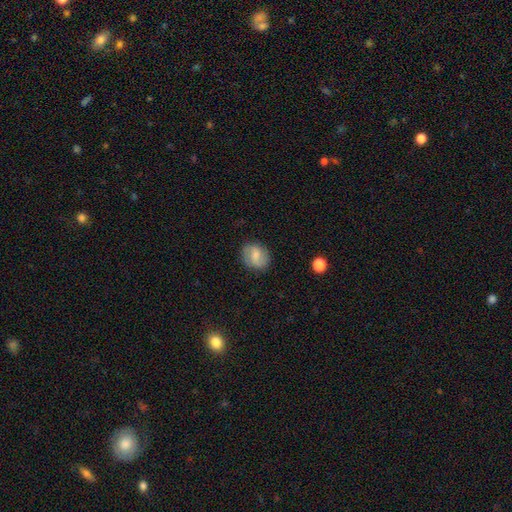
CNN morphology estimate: Smooth or featured? featured or disk (48%)
Merging? none (82%)